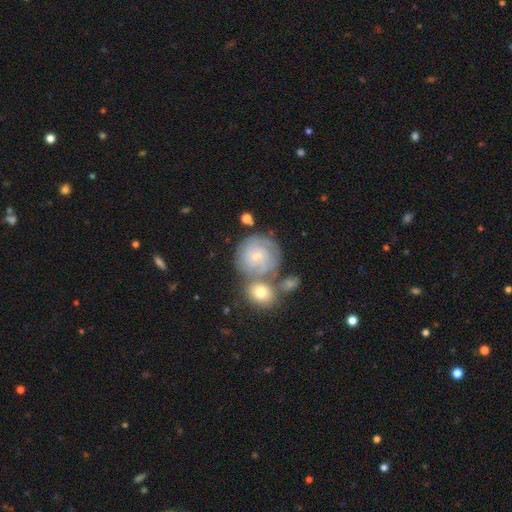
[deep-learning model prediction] Morphology: type=featured or disk (67%); edge-on=no (97%); bar=no (79%); spiral arms=yes (85%); winding=tight (77%); arm count=can't tell (48%); bulge=small (70%); merging=none (55%).